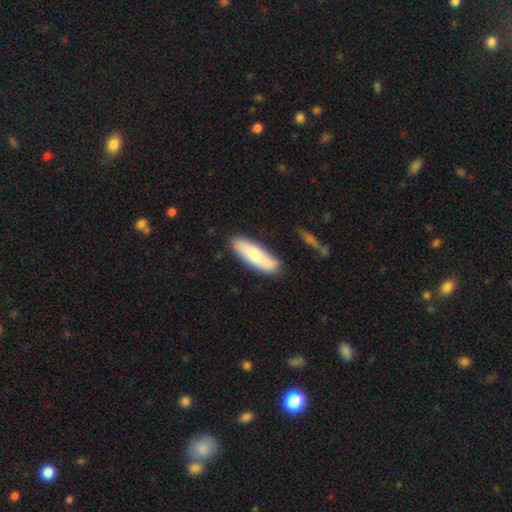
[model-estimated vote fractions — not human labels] Morphology: type=smooth (73%); roundness=in between (50%); merging=none (81%).